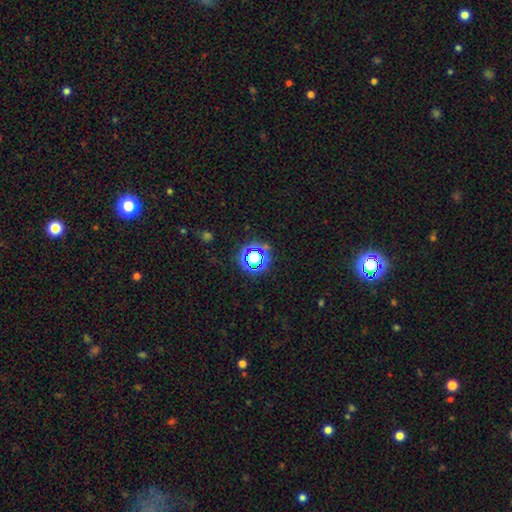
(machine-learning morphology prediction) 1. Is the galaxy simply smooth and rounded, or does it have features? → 63% star or artifact, 27% smooth, 10% featured or disk.